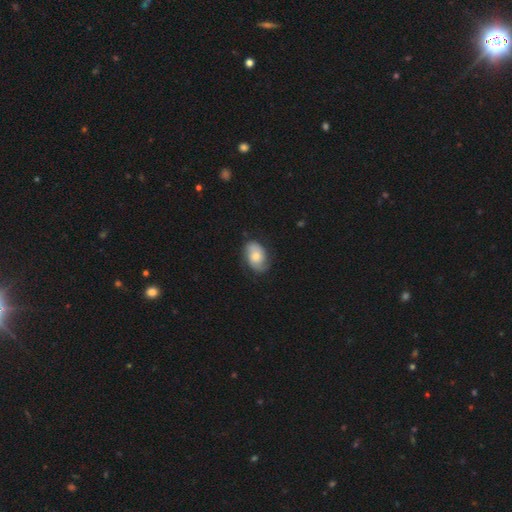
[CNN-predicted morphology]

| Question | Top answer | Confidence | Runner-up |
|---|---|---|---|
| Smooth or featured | smooth | 56% | featured or disk (37%) |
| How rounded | in between | 87% | round (12%) |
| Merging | none | 70% | minor disturbance (22%) |